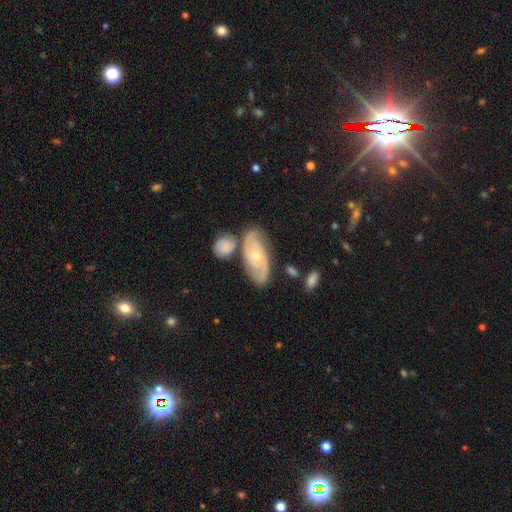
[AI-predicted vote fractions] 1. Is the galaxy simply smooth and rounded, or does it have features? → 75% featured or disk, 17% smooth, 8% star or artifact.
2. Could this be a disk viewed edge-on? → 92% no, 8% yes.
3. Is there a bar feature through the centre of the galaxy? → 75% no, 20% weak, 5% strong.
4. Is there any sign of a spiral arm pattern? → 88% yes, 12% no.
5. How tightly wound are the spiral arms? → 59% tight, 31% medium, 9% loose.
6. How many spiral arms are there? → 62% 2, 23% can't tell, 7% 3, 3% 1, 3% 4, 2% more than 4.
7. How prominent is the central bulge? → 51% small, 46% moderate, 1% large, 1% none, 1% dominant.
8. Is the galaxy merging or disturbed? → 72% none, 15% minor disturbance, 9% merger, 4% major disturbance.